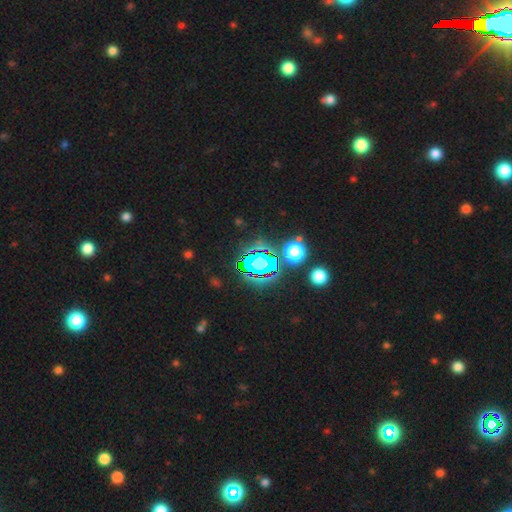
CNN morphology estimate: type=star or artifact (80%).